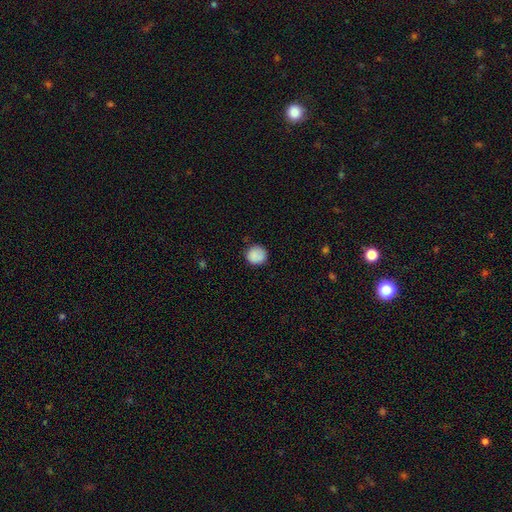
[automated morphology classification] The model was most divided on "merging": none: 84%, minor disturbance: 12%, major disturbance: 3%, merger: 1%. More confident: how rounded — round (91%); smooth or featured — smooth (87%).